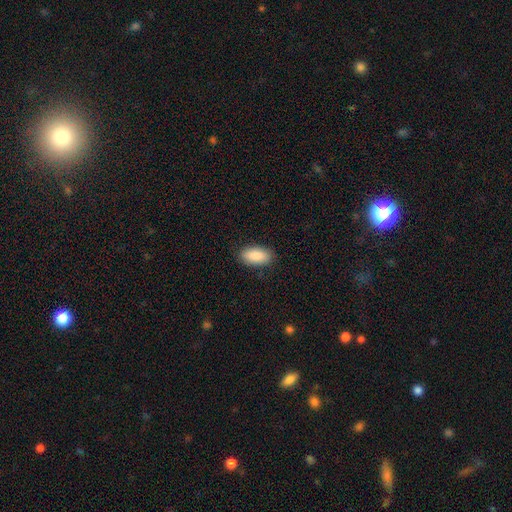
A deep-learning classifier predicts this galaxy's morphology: smooth-or-featured: smooth: 89% | star or artifact: 6% | featured or disk: 5%
  how-rounded: in between: 92% | cigar-shaped: 6% | round: 2%
  merging: none: 88% | minor disturbance: 9% | major disturbance: 2% | merger: 1%